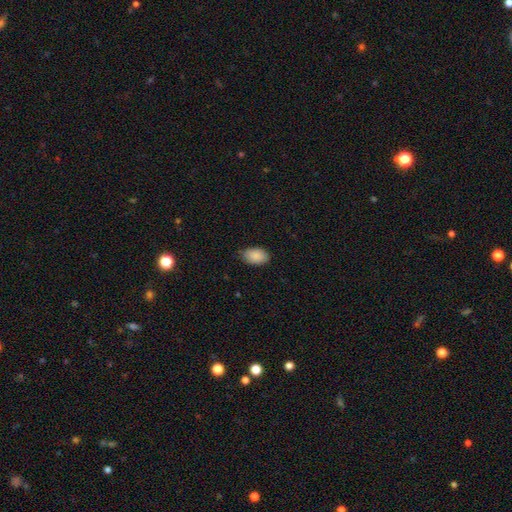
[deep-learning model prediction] smooth 89%, star or artifact 7%, featured or disk 4%. Down the decision tree: how rounded — in between (92%); merging — none (80%).